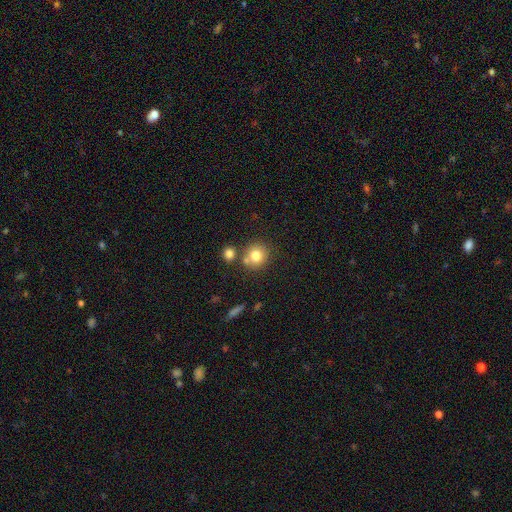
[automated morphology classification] Smooth or featured?
  - smooth: 78% *
  - star or artifact: 11%
  - featured or disk: 10%
How rounded?
  - round: 86% *
  - in between: 13%
  - cigar-shaped: 1%
Merging?
  - none: 65% *
  - merger: 21%
  - minor disturbance: 10%
  - major disturbance: 4%